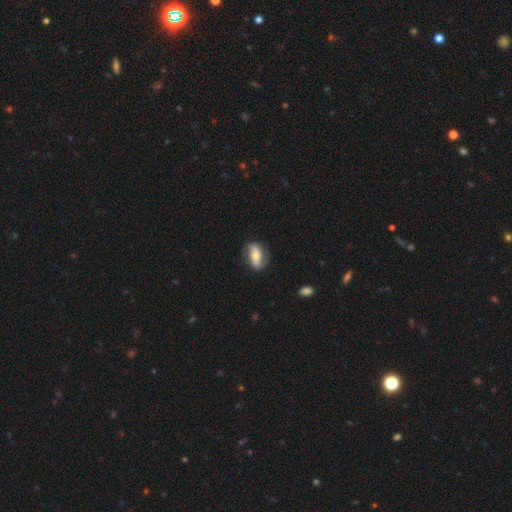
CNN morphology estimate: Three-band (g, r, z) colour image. It shows a smooth galaxy with no disk features (47%). Merging: none (78%).